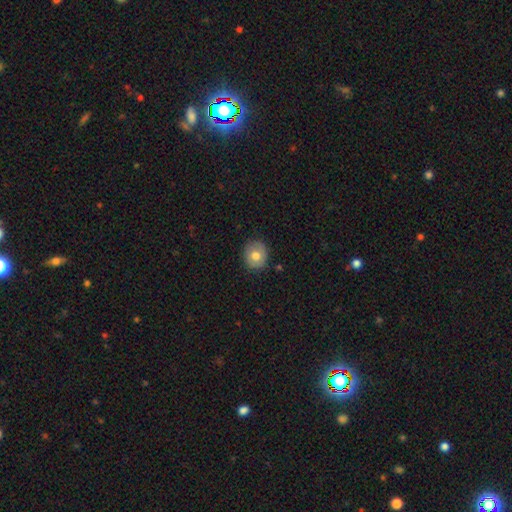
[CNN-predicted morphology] Overall: smooth (75%). How rounded: round (77%). Merging: none (83%).